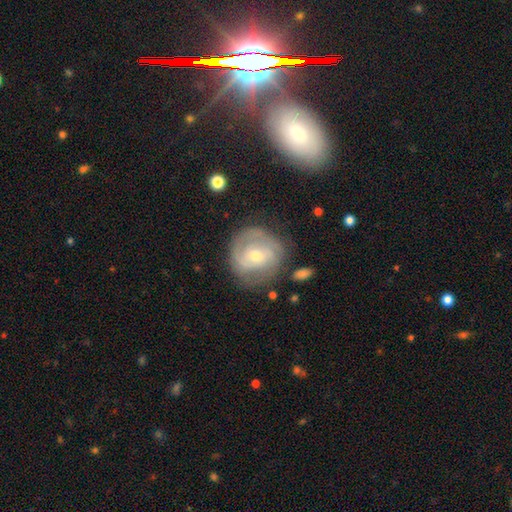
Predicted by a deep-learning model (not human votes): smooth_or_featured: featured or disk (p=0.69) [alt: smooth p=0.25]
disk_edge_on: no (p=0.97) [alt: yes p=0.03]
bar: no (p=0.61) [alt: weak p=0.30]
has_spiral_arms: yes (p=0.80) [alt: no p=0.20]
spiral_winding: tight (p=0.57) [alt: medium p=0.32]
spiral_arm_count: 2 (p=0.42) [alt: can't tell p=0.34]
bulge_size: small (p=0.56) [alt: moderate p=0.40]
merging: none (p=0.70) [alt: minor disturbance p=0.19]